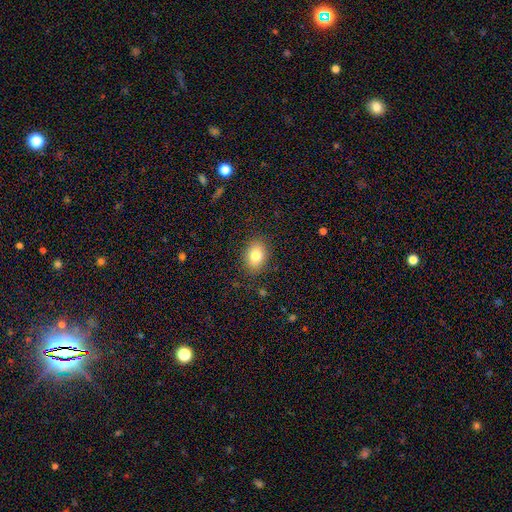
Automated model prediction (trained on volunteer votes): smooth-or-featured: smooth: 81% | featured or disk: 10% | star or artifact: 9%
  how-rounded: in between: 76% | round: 23% | cigar-shaped: 1%
  merging: none: 86% | minor disturbance: 10% | major disturbance: 3% | merger: 1%